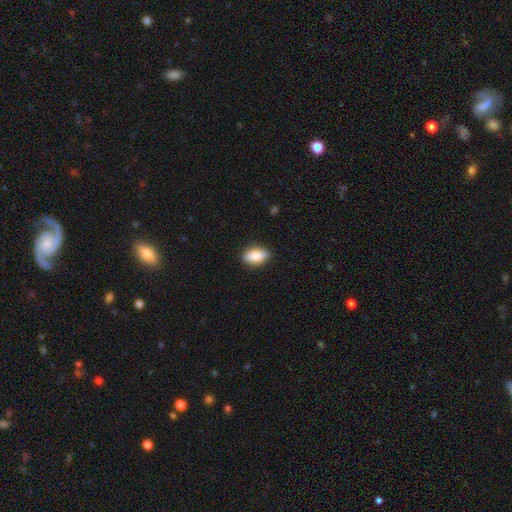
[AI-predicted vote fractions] A smooth galaxy with no disk features (85%) that is in between round and cigar-shaped (90%).

Vote fractions:
- Smooth or featured? smooth: 85% / featured or disk: 8% / star or artifact: 7%
- How rounded? in between: 90% / round: 6% / cigar-shaped: 5%
- Merging? none: 88% / minor disturbance: 9% / major disturbance: 2% / merger: 1%